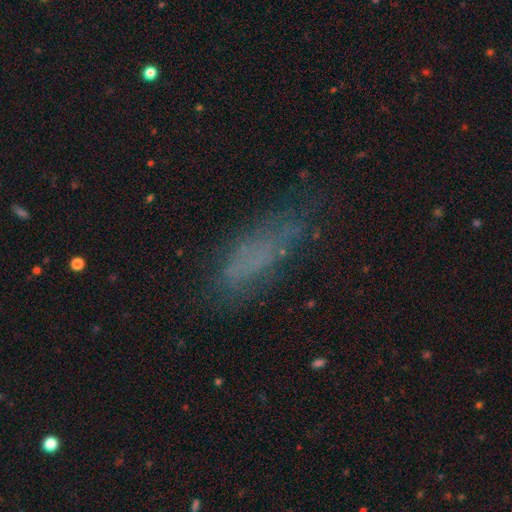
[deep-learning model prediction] Smooth or featured? smooth (55%)
How rounded? in between (53%)
Merging? none (58%)